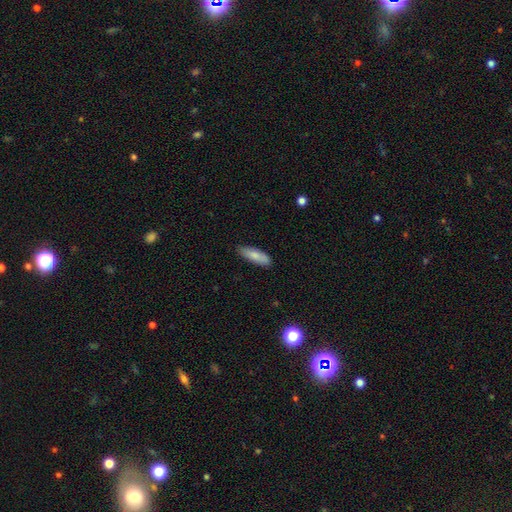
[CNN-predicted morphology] smooth 82%, featured or disk 12%, star or artifact 6%. Down the decision tree: how rounded — cigar-shaped (49%, tied with in between); merging — none (84%).